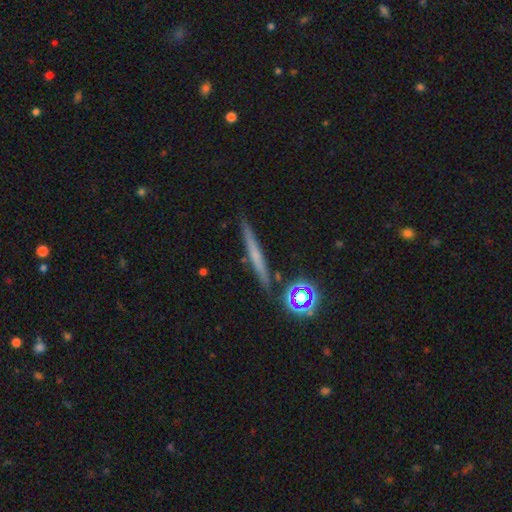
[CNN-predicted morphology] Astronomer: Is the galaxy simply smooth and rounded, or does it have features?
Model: smooth — 44% (runner-up: featured or disk, 41%).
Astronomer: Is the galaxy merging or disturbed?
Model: none — 88%.